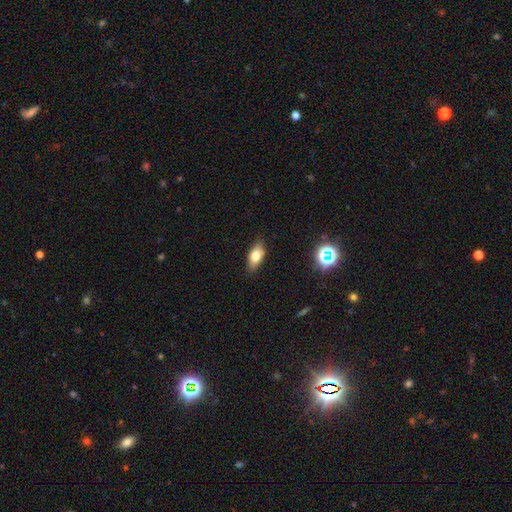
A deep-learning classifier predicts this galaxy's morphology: A smooth galaxy with no disk features (72%) that is in between round and cigar-shaped (82%). Merging: none (84%).